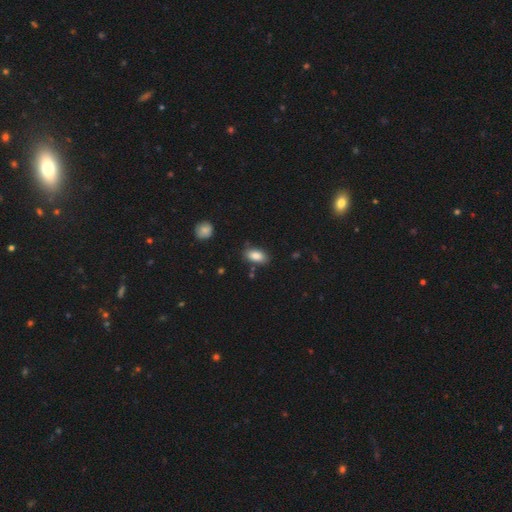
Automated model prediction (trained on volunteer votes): Smooth or featured?
  - smooth: 86% *
  - star or artifact: 8%
  - featured or disk: 6%
How rounded?
  - in between: 92% *
  - round: 5%
  - cigar-shaped: 4%
Merging?
  - none: 80% *
  - minor disturbance: 15%
  - major disturbance: 3%
  - merger: 3%